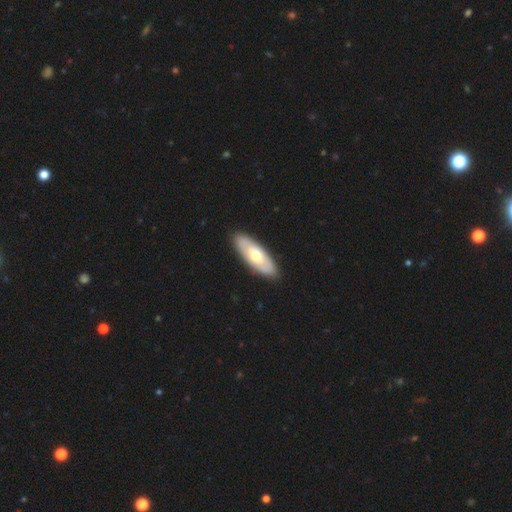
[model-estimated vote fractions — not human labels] This appears to be a smooth galaxy with no disk features (52%) that is in between round and cigar-shaped (72%). Merging: none (89%).